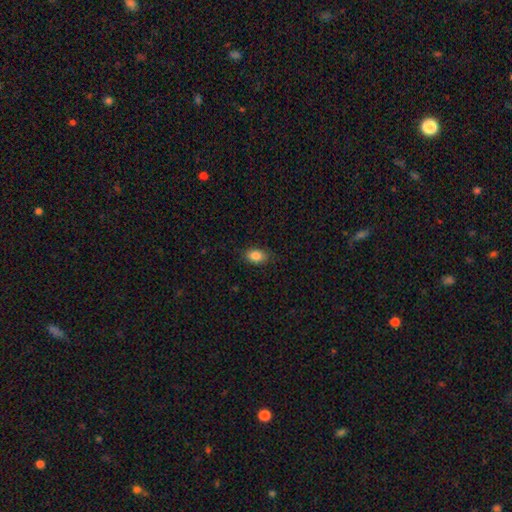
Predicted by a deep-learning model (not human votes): A smooth galaxy with no disk features (86%) that is in between round and cigar-shaped (86%).

Vote fractions:
- Smooth or featured? smooth: 86% / star or artifact: 8% / featured or disk: 5%
- How rounded? in between: 86% / round: 12% / cigar-shaped: 2%
- Merging? none: 84% / minor disturbance: 12% / major disturbance: 3% / merger: 1%